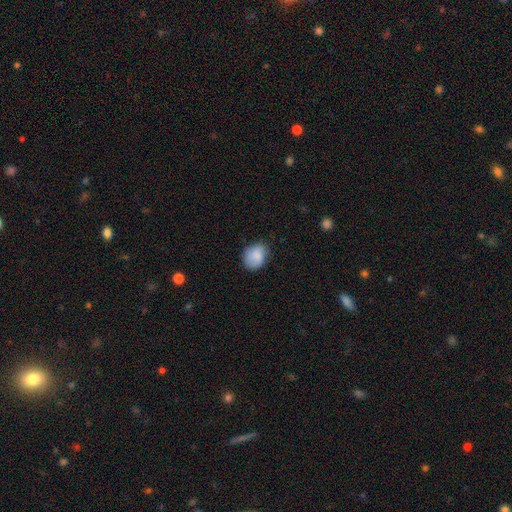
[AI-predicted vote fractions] smooth_or_featured: smooth (p=0.83) [alt: featured or disk p=0.10]
how_rounded: round (p=0.55) [alt: in between p=0.44]
merging: none (p=0.73) [alt: minor disturbance p=0.21]